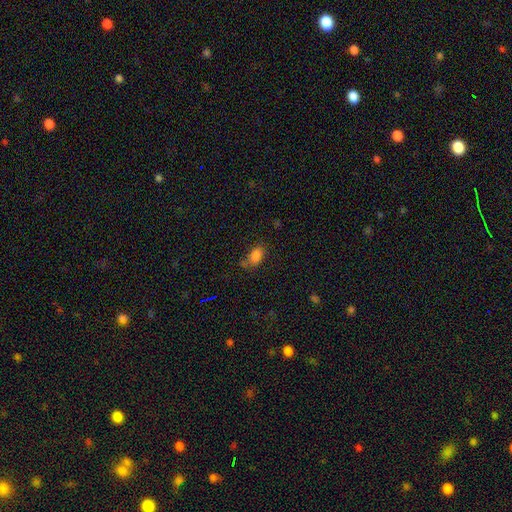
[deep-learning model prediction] A smooth galaxy with no disk features (83%) that is in between round and cigar-shaped (87%). Merging: none (61%).